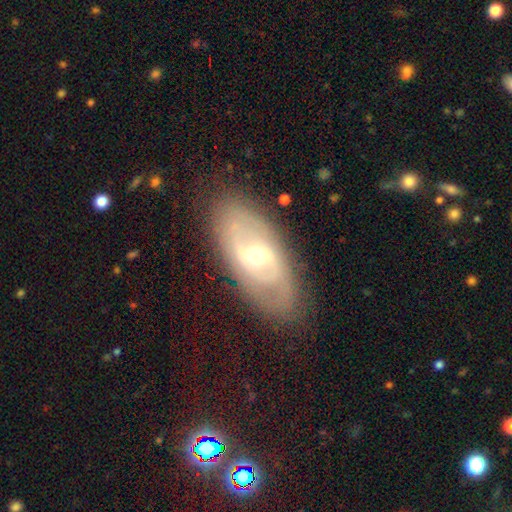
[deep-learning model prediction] The model was most divided on "bar": no: 48%, weak: 38%, strong: 14%. More confident: edge-on disk — no (90%); merging — none (82%); smooth or featured — featured or disk (74%); spiral arms — yes (67%); bulge size — moderate (56%).